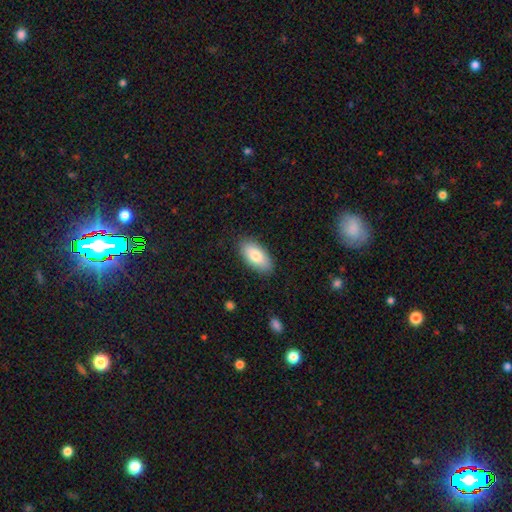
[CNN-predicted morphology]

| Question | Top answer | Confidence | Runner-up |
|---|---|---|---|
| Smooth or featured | smooth | 80% | featured or disk (14%) |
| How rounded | in between | 92% | cigar-shaped (5%) |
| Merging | none | 87% | minor disturbance (10%) |